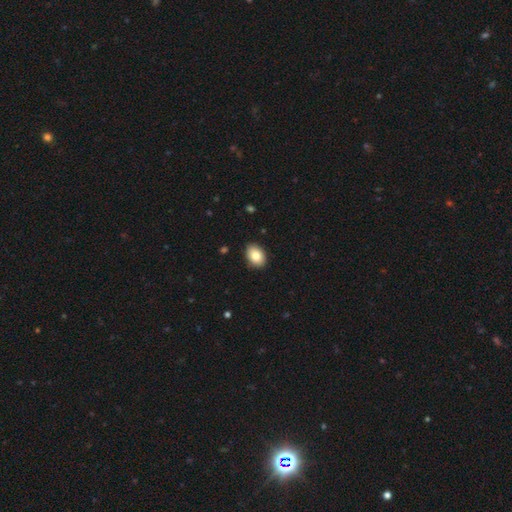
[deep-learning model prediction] Smooth or featured? smooth (83%)
How rounded? in between (81%)
Merging? none (88%)